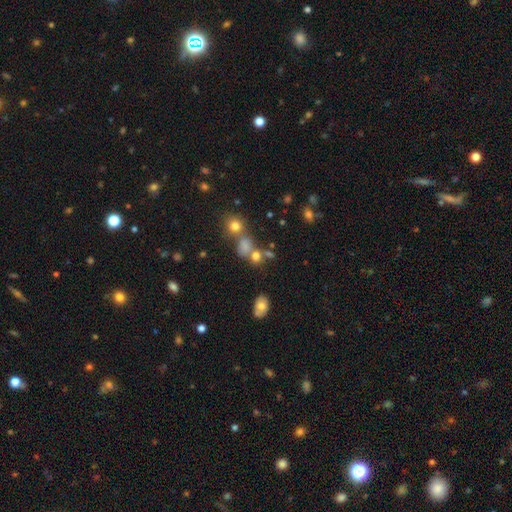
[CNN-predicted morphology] smooth-or-featured: smooth: 67% | star or artifact: 20% | featured or disk: 13%
  how-rounded: round: 61% | in between: 37% | cigar-shaped: 2%
  merging: none: 42% | merger: 37% | minor disturbance: 12% | major disturbance: 9%